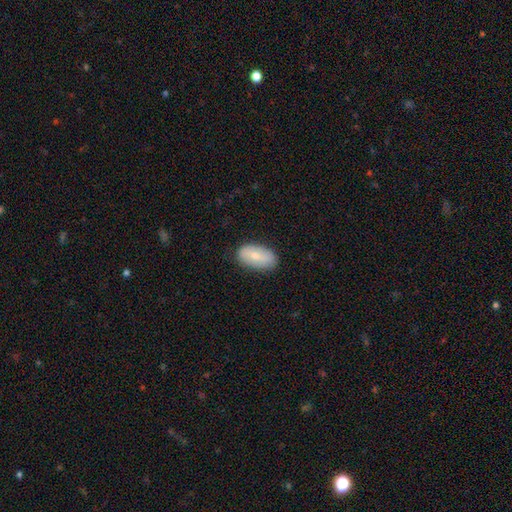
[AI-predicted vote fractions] smooth_or_featured: smooth (p=0.72) [alt: featured or disk p=0.22]
how_rounded: in between (p=0.94) [alt: round p=0.04]
merging: none (p=0.82) [alt: minor disturbance p=0.14]